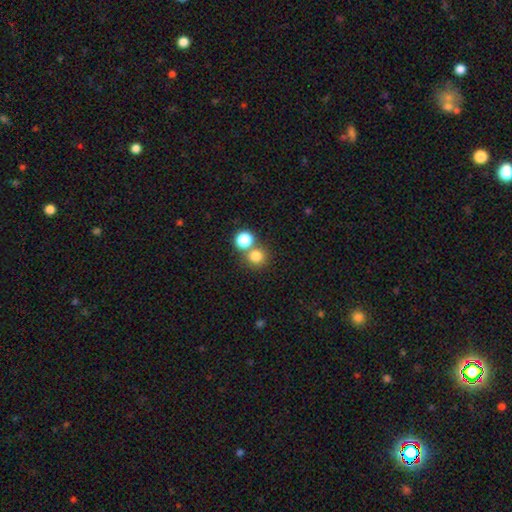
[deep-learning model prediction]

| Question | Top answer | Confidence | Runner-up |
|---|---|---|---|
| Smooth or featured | smooth | 78% | star or artifact (15%) |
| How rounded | round | 90% | in between (9%) |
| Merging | none | 63% | merger (28%) |